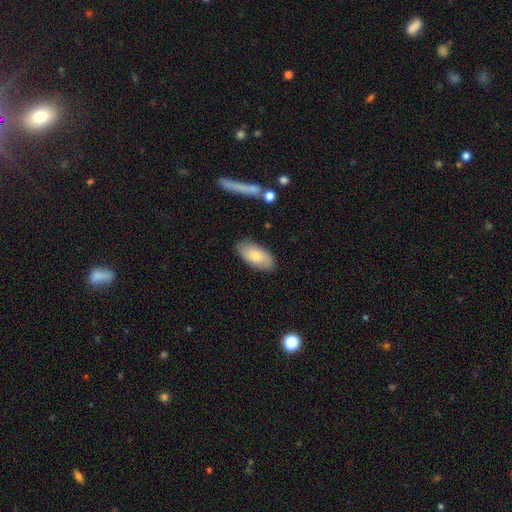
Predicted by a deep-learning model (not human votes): Q: Smooth or featured?
A: smooth (74%); runner-up: featured or disk (20%)
Q: How rounded?
A: in between (92%); runner-up: cigar-shaped (5%)
Q: Merging?
A: none (83%); runner-up: minor disturbance (12%)